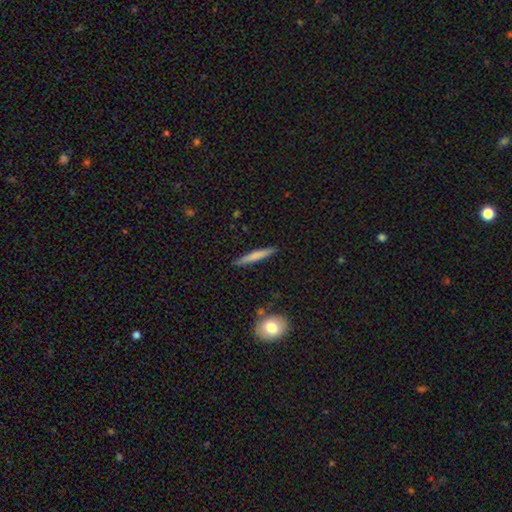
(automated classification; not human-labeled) smooth 69%, featured or disk 26%, star or artifact 6%. Down the decision tree: how rounded — cigar-shaped (95%); merging — none (89%).